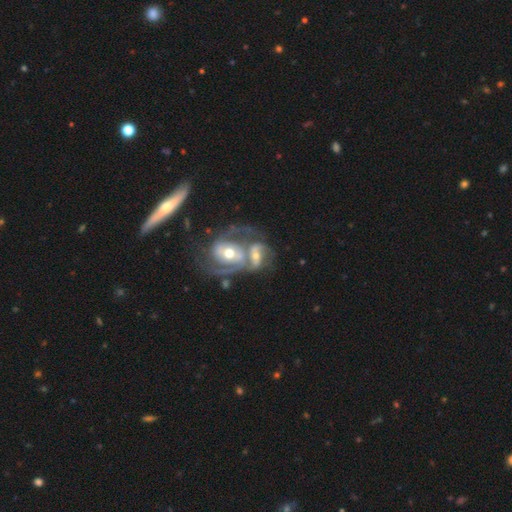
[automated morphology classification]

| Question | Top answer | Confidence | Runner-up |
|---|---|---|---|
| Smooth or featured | featured or disk | 82% | smooth (12%) |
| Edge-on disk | no | 97% | yes (3%) |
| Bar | no | 39% | weak (36%) |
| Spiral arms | yes | 91% | no (9%) |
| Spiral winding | medium | 49% | tight (29%) |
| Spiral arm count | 2 | 77% | can't tell (10%) |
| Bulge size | moderate | 72% | small (18%) |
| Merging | merger | 70% | none (15%) |